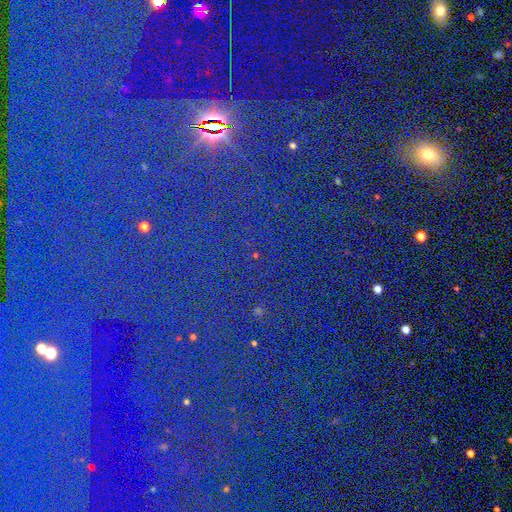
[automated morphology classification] This is clearly a star or artifact rather than a galaxy (82%).